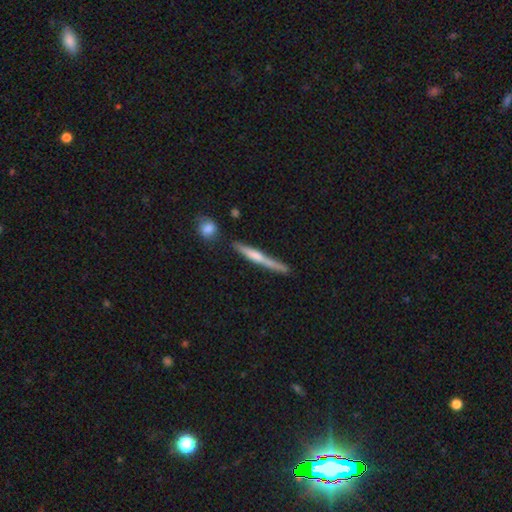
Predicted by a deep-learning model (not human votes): The model was most divided on "smooth or featured": featured or disk: 67%, smooth: 26%, star or artifact: 7%. More confident: edge-on disk — yes (97%); merging — none (83%); edge-on bulge — rounded (68%).